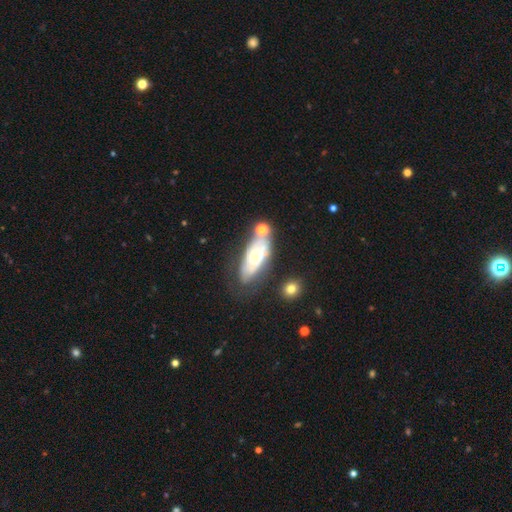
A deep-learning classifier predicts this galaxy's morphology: This appears to be a featured or disk galaxy (68%) with no bar (75%), spiral arms (69%) and a moderate central bulge (53%). Merging: none (51%).